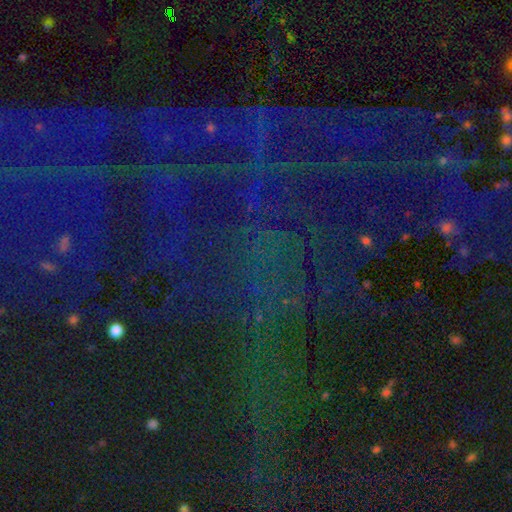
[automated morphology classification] type=star or artifact (81%).